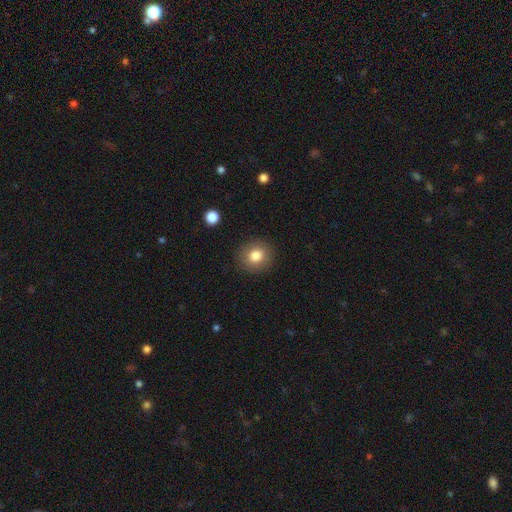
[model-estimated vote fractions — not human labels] smooth_or_featured: smooth (p=0.81) [alt: star or artifact p=0.10]
how_rounded: round (p=0.84) [alt: in between p=0.15]
merging: none (p=0.89) [alt: minor disturbance p=0.07]